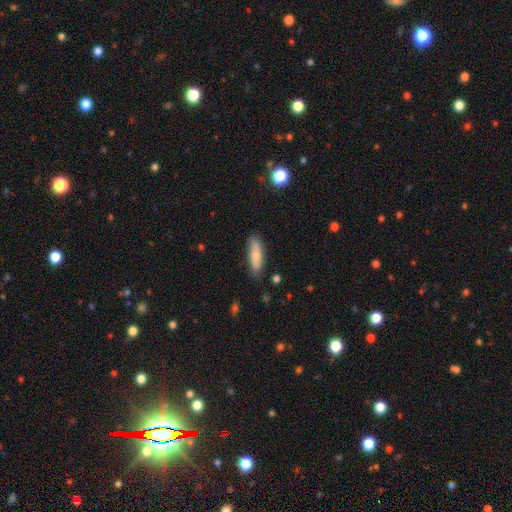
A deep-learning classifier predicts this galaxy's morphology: smooth 79%, featured or disk 15%, star or artifact 6%. Down the decision tree: how rounded — in between (49%, tied with cigar-shaped); merging — none (79%).